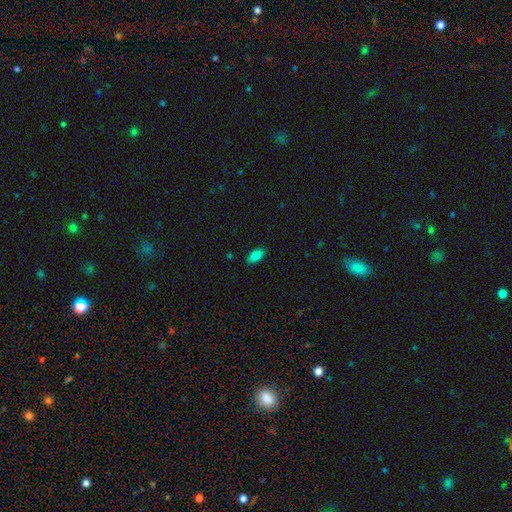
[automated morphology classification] This is clearly a smooth galaxy (81%). How rounded: clearly in between (90%). Merging: clearly none (87%).